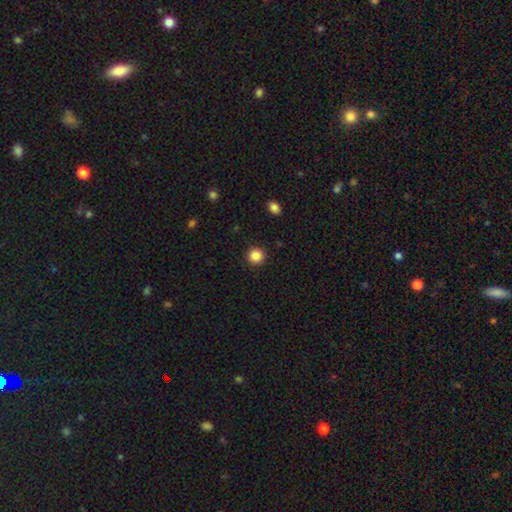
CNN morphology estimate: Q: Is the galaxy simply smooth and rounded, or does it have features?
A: smooth — 86%.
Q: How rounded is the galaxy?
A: round — 94%.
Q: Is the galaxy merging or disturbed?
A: none — 92%.